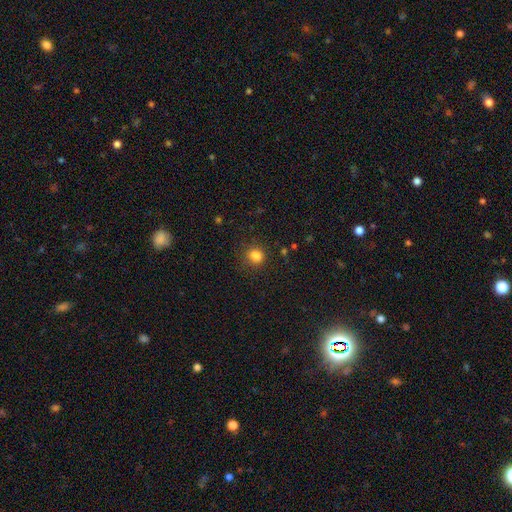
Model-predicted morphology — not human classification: type=smooth (82%); roundness=round (72%); merging=none (75%).